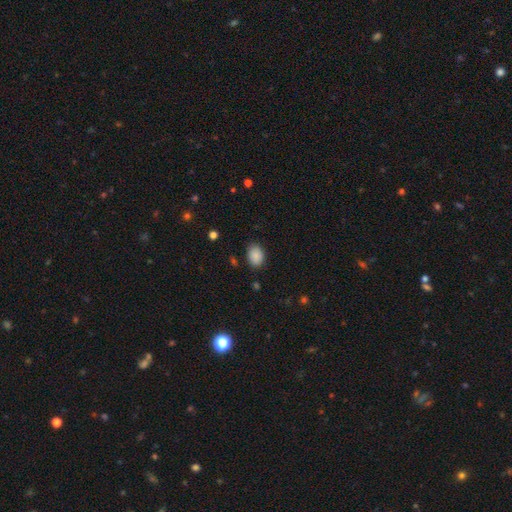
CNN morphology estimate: type=smooth (88%); roundness=in between (72%); merging=none (83%).